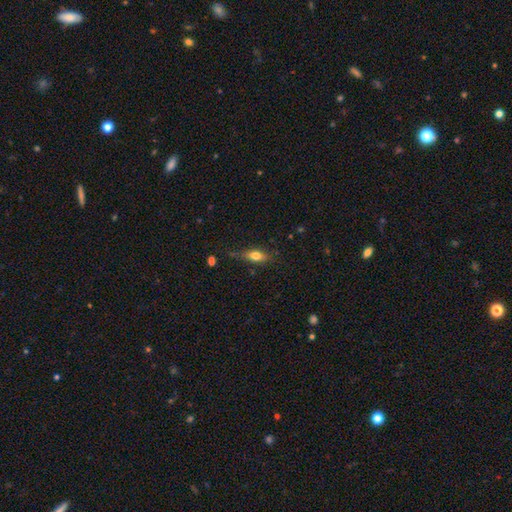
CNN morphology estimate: Smooth or featured?
  - smooth: 70% *
  - featured or disk: 22%
  - star or artifact: 8%
How rounded?
  - in between: 68% *
  - cigar-shaped: 26%
  - round: 5%
Merging?
  - none: 69% *
  - minor disturbance: 22%
  - major disturbance: 6%
  - merger: 3%